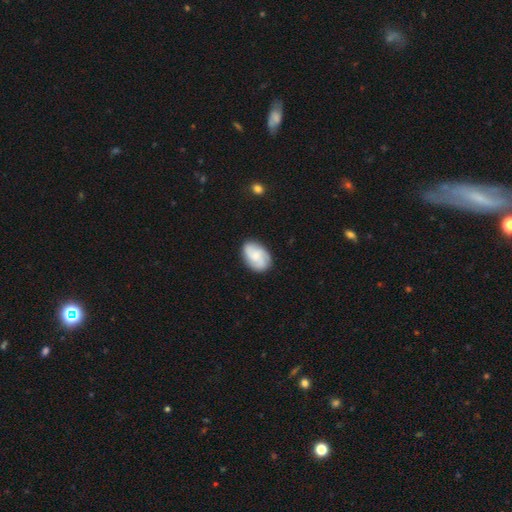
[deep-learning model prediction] A featured or disk galaxy (48%).

Vote fractions:
- Smooth or featured? featured or disk: 48% / smooth: 45% / star or artifact: 8%
- Merging? none: 81% / minor disturbance: 14% / major disturbance: 4% / merger: 1%